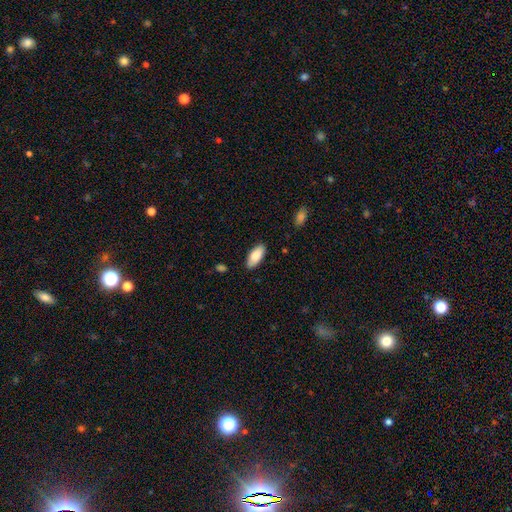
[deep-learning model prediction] Smooth or featured? Predicted: smooth (p=0.85). How rounded? Predicted: in between (p=0.89). Merging? Predicted: none (p=0.86).